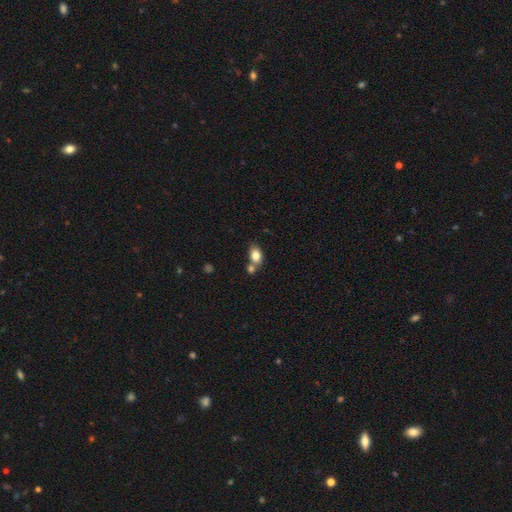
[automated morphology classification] Smooth or featured?
  - smooth: 81% *
  - featured or disk: 10%
  - star or artifact: 9%
How rounded?
  - in between: 76% *
  - round: 23%
  - cigar-shaped: 2%
Merging?
  - none: 49% *
  - merger: 36%
  - minor disturbance: 12%
  - major disturbance: 4%